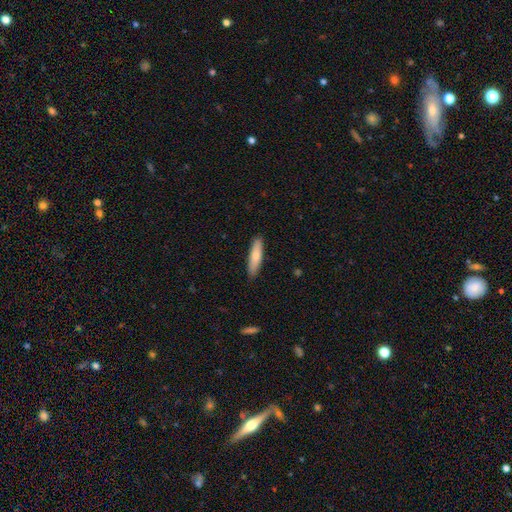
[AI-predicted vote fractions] Smooth or featured? smooth (74%)
How rounded? cigar-shaped (76%)
Merging? none (88%)